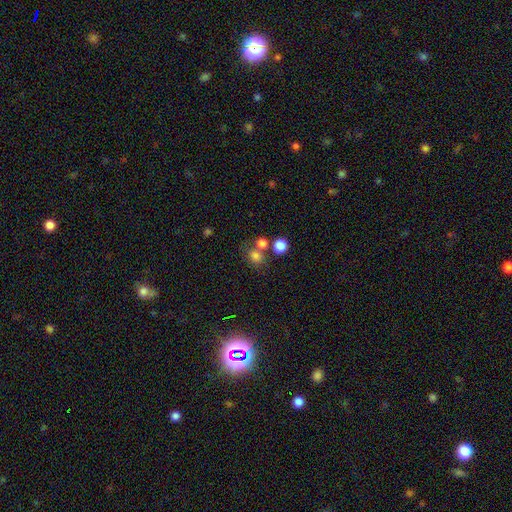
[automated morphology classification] Smooth or featured?
  - smooth: 75% *
  - star or artifact: 16%
  - featured or disk: 8%
How rounded?
  - round: 71% *
  - in between: 28%
  - cigar-shaped: 1%
Merging?
  - none: 58% *
  - merger: 27%
  - minor disturbance: 10%
  - major disturbance: 5%